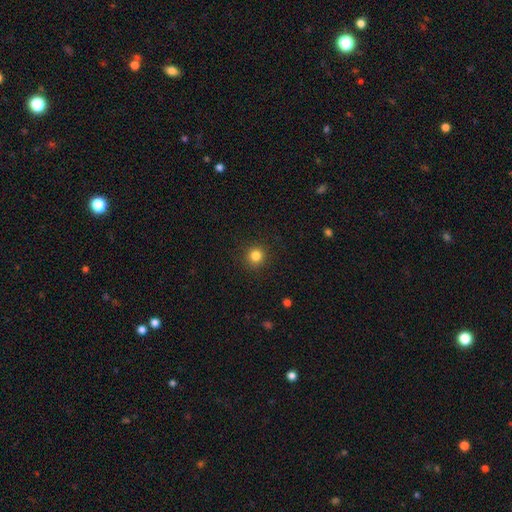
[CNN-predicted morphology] smooth-or-featured: smooth: 83% | star or artifact: 12% | featured or disk: 5%
  how-rounded: round: 94% | in between: 5% | cigar-shaped: 1%
  merging: none: 92% | minor disturbance: 5% | major disturbance: 2% | merger: 1%